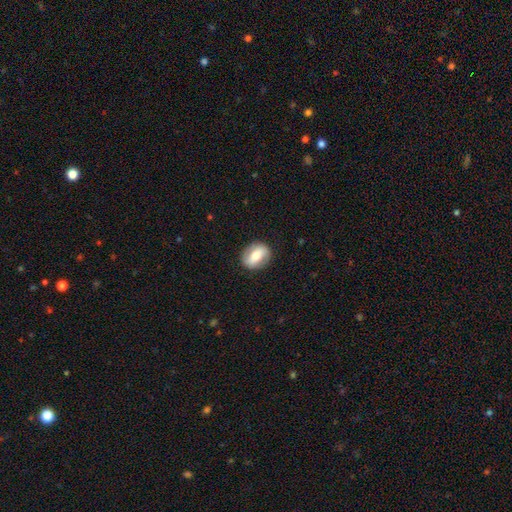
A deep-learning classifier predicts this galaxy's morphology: This is possibly a smooth galaxy (49%). Merging: clearly none (86%).